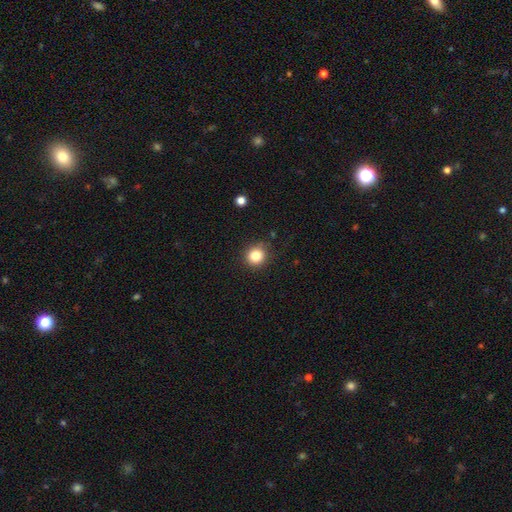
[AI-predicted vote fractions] Smooth or featured: smooth — 83% (star or artifact — 12%)
How rounded: round — 91% (in between — 8%)
Merging: none — 86% (minor disturbance — 10%)